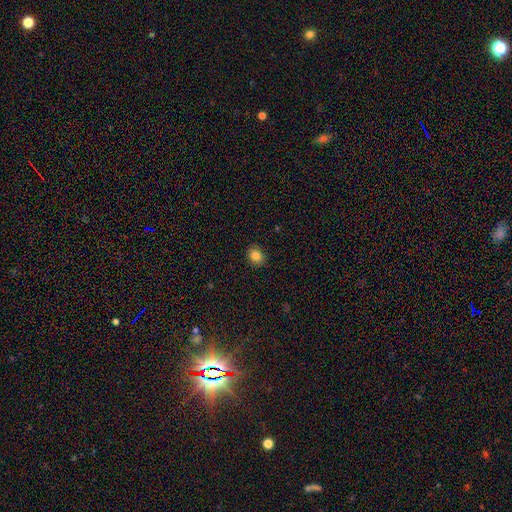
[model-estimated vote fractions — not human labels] Morphology: type=smooth (83%); roundness=round (58%); merging=none (89%).